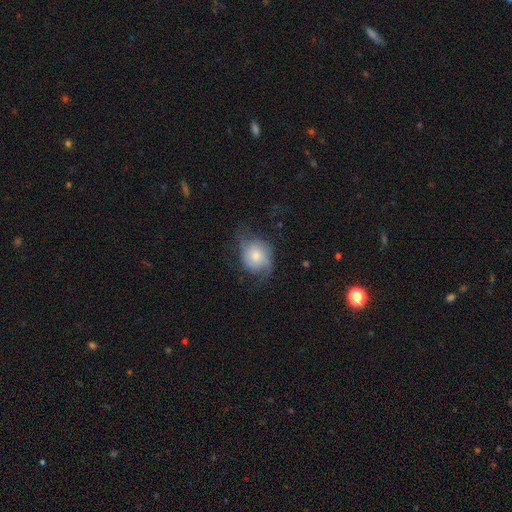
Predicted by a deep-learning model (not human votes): A featured or disk galaxy (51%). Merging: none (45%).